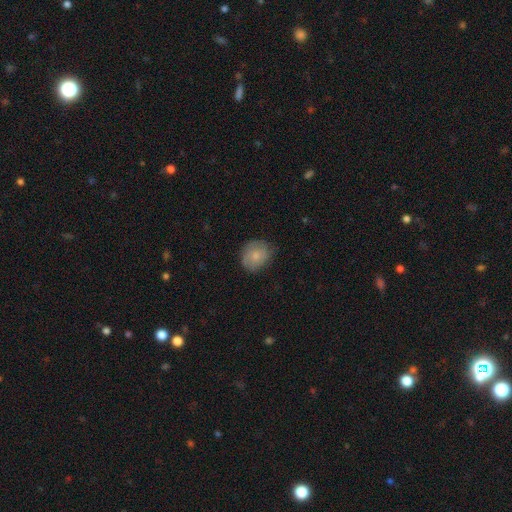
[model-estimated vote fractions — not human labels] smooth-or-featured: smooth: 74% | featured or disk: 19% | star or artifact: 7%
  how-rounded: round: 69% | in between: 31% | cigar-shaped: 1%
  merging: none: 65% | minor disturbance: 28% | major disturbance: 6% | merger: 1%